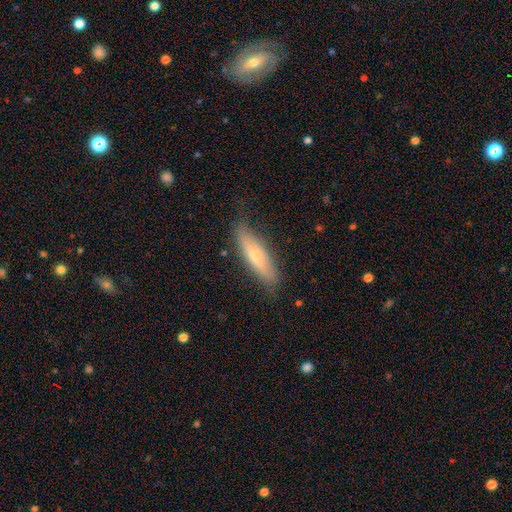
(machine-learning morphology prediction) Smooth or featured: smooth — 52% (featured or disk — 41%)
How rounded: cigar-shaped — 68% (in between — 30%)
Merging: none — 79% (minor disturbance — 16%)